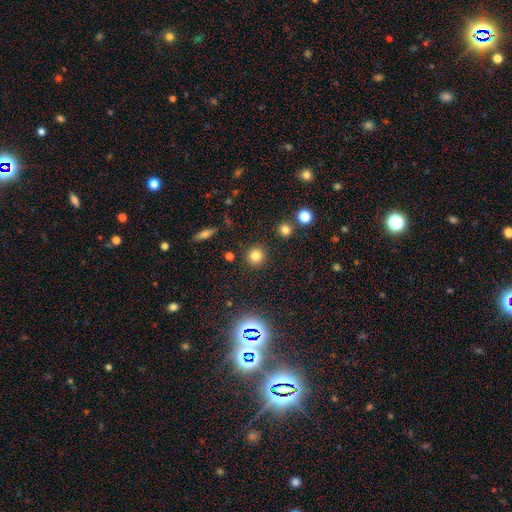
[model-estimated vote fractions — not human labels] A smooth galaxy with no disk features (80%) that is round (93%). Merging: none (90%).